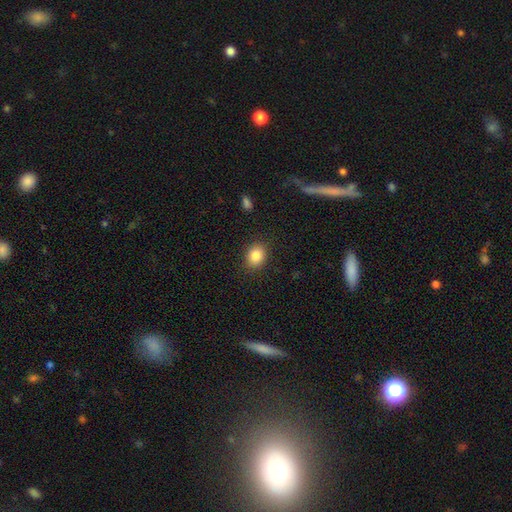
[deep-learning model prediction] Smooth or featured? Predicted: smooth (p=0.84). How rounded? Predicted: round (p=0.57). Merging? Predicted: none (p=0.88).